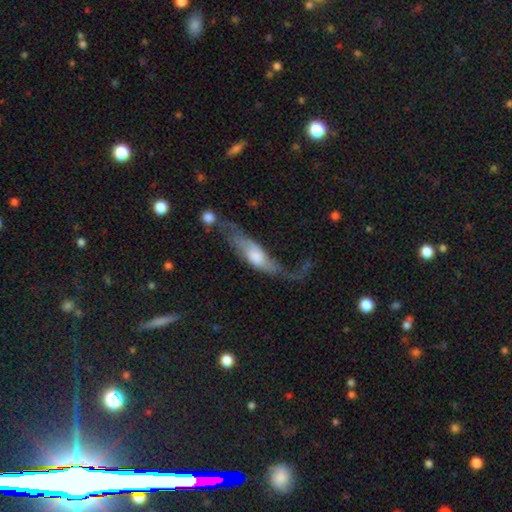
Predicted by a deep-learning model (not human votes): The model was most divided on "merging": none: 31%, major disturbance: 30%, minor disturbance: 22%, merger: 17%. More confident: edge-on disk — no (61%); smooth or featured — featured or disk (60%).